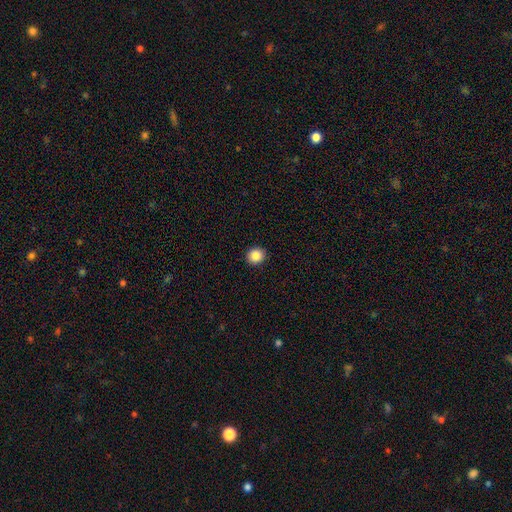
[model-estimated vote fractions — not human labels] Smooth or featured? smooth (87%)
How rounded? round (86%)
Merging? none (92%)